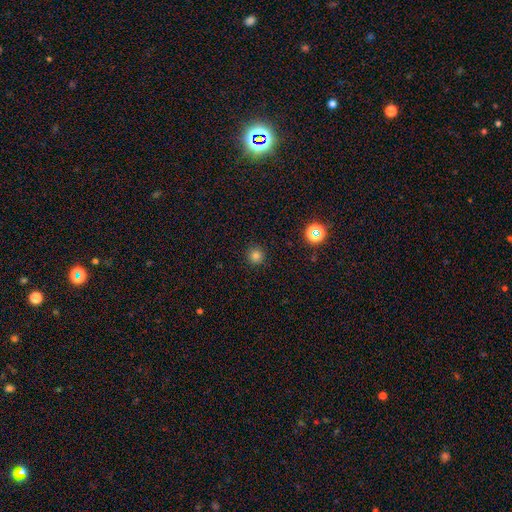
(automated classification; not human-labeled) This is likely a smooth galaxy (77%). How rounded: clearly round (95%). Merging: clearly none (91%).